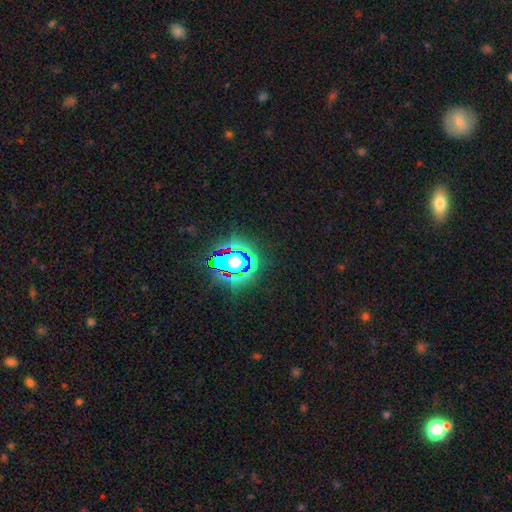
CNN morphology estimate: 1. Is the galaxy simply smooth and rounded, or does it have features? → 81% star or artifact, 12% smooth, 7% featured or disk.